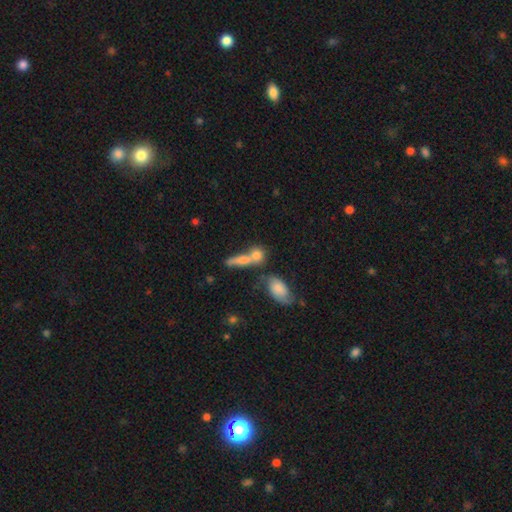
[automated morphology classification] smooth-or-featured: smooth: 72% | featured or disk: 18% | star or artifact: 10%
  how-rounded: round: 43% | in between: 36% | cigar-shaped: 22%
  merging: merger: 42% | none: 40% | minor disturbance: 11% | major disturbance: 7%